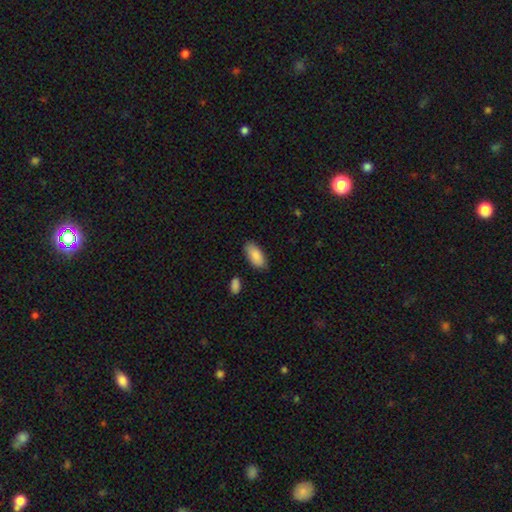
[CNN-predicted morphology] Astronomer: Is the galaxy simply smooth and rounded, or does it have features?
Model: smooth — 87%.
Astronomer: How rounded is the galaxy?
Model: in between — 90%.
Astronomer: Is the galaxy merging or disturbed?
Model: none — 84%.